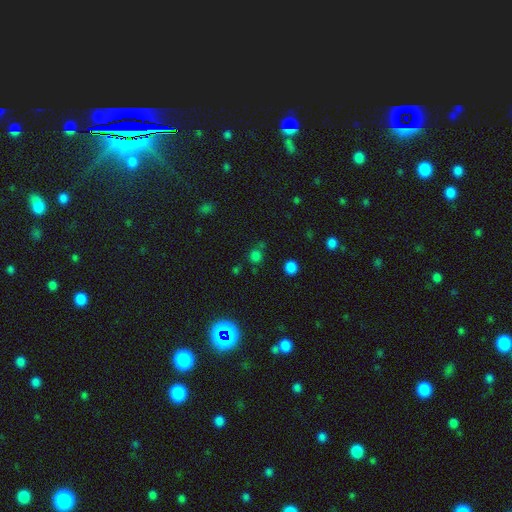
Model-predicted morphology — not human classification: Q: Smooth or featured?
A: smooth (65%); runner-up: star or artifact (29%)
Q: How rounded?
A: round (87%); runner-up: in between (12%)
Q: Merging?
A: none (73%); runner-up: minor disturbance (12%)